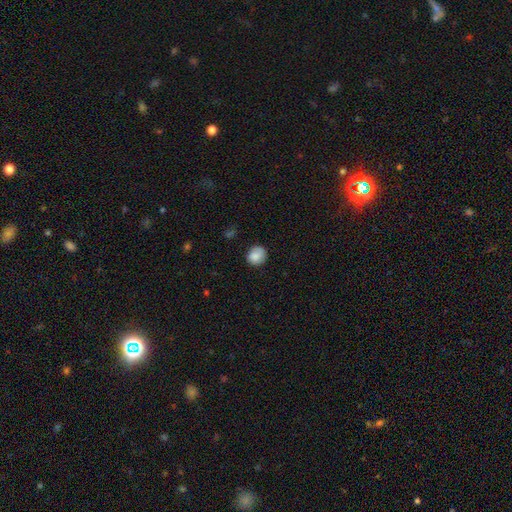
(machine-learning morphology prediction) Q: Smooth or featured?
A: smooth (86%); runner-up: star or artifact (8%)
Q: How rounded?
A: round (82%); runner-up: in between (17%)
Q: Merging?
A: none (79%); runner-up: minor disturbance (17%)